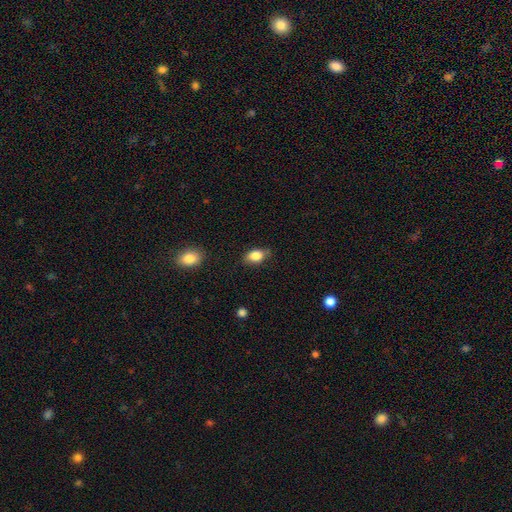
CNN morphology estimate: smooth_or_featured: smooth (p=0.84) [alt: star or artifact p=0.08]
how_rounded: in between (p=0.81) [alt: round p=0.16]
merging: none (p=0.77) [alt: minor disturbance p=0.18]